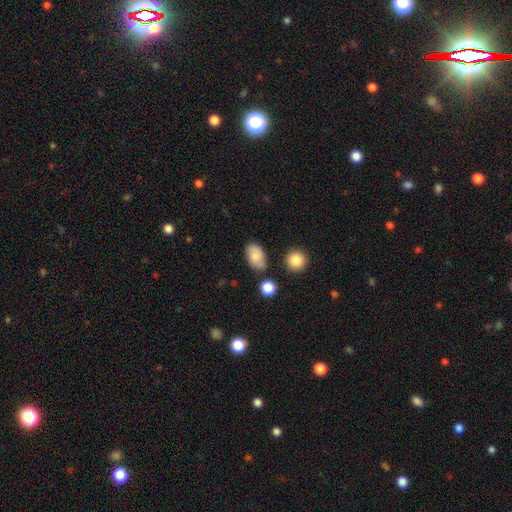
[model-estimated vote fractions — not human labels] smooth-or-featured: smooth: 79% | featured or disk: 12% | star or artifact: 8%
  how-rounded: in between: 87% | round: 11% | cigar-shaped: 2%
  merging: none: 72% | minor disturbance: 18% | merger: 6% | major disturbance: 4%